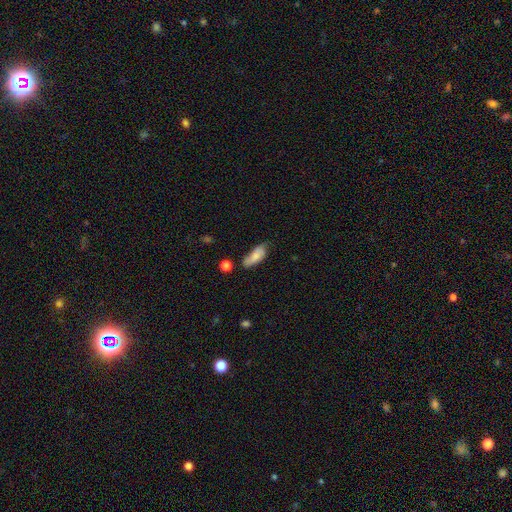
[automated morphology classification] smooth_or_featured: smooth (p=0.74) [alt: featured or disk p=0.19]
how_rounded: in between (p=0.75) [alt: cigar-shaped p=0.23]
merging: none (p=0.55) [alt: minor disturbance p=0.32]